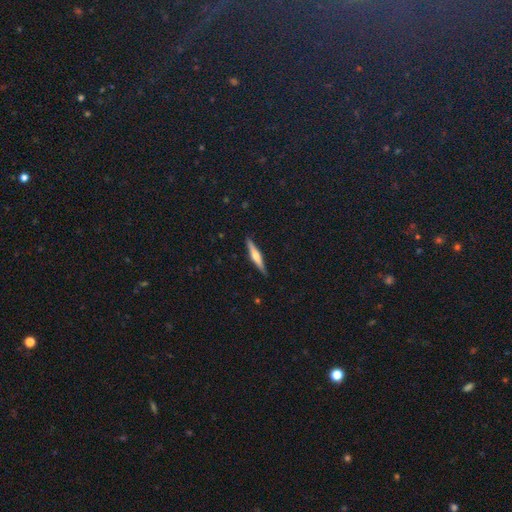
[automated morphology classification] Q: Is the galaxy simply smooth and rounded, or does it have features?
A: featured or disk — 59%.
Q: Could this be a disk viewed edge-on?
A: yes — 97%.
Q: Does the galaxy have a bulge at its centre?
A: rounded — 82%.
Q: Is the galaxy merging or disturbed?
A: none — 90%.